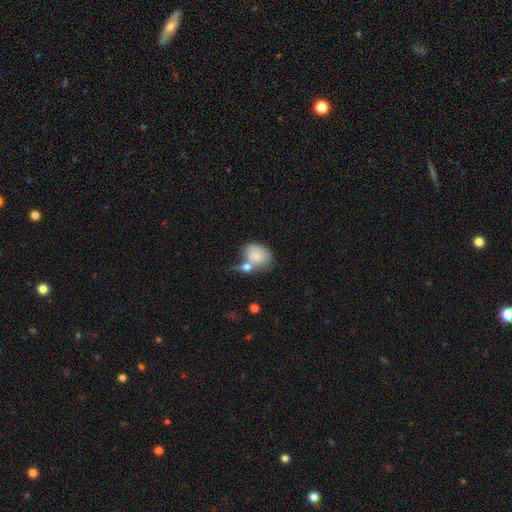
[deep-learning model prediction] Morphology: type=smooth (78%); roundness=in between (68%); merging=merger (38%).